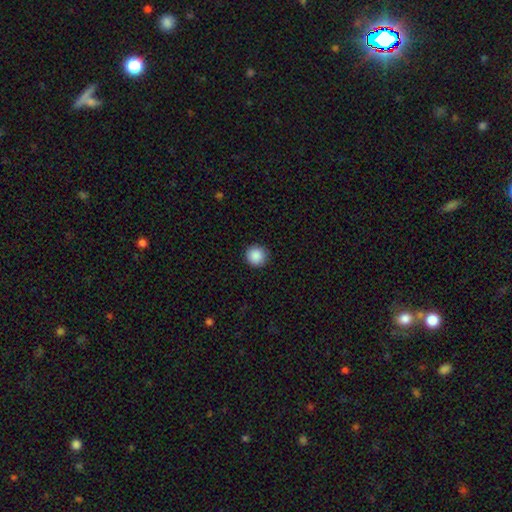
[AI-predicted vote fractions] Q: Smooth or featured?
A: smooth (89%); runner-up: star or artifact (9%)
Q: How rounded?
A: round (95%); runner-up: in between (4%)
Q: Merging?
A: none (93%); runner-up: minor disturbance (5%)